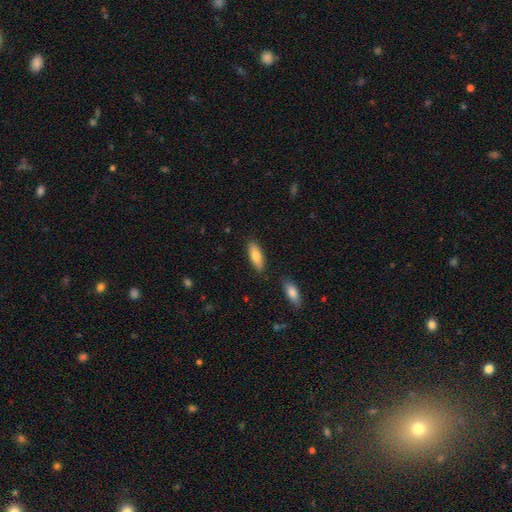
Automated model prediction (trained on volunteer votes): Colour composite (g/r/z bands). It shows a smooth galaxy with no disk features (81%) that is in between round and cigar-shaped (71%). Merging: none (83%).